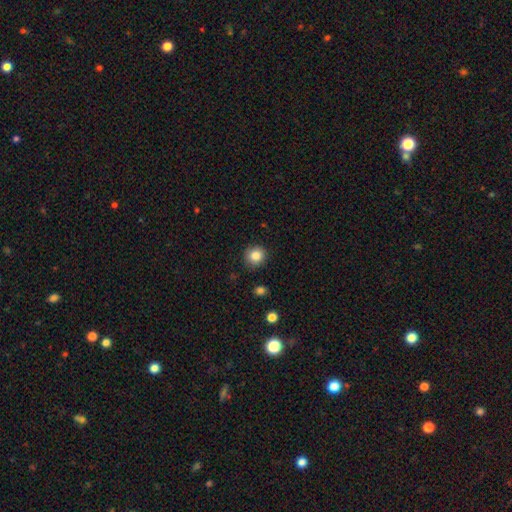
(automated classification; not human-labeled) Q: Smooth or featured?
A: smooth (86%); runner-up: star or artifact (10%)
Q: How rounded?
A: round (89%); runner-up: in between (10%)
Q: Merging?
A: none (88%); runner-up: minor disturbance (8%)